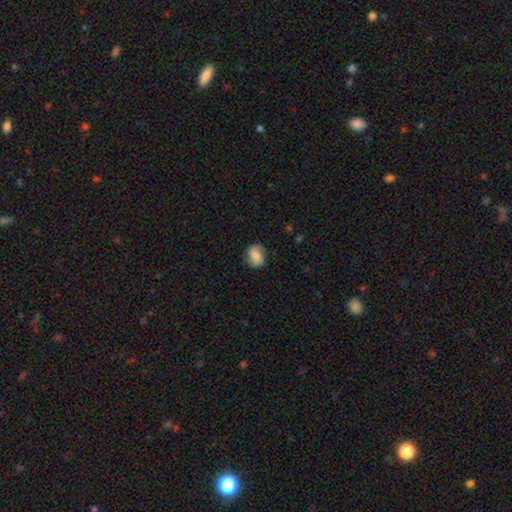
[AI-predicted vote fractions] Smooth or featured?
  - smooth: 51% *
  - featured or disk: 41%
  - star or artifact: 8%
How rounded?
  - round: 51% *
  - in between: 48%
  - cigar-shaped: 1%
Merging?
  - none: 81% *
  - minor disturbance: 14%
  - major disturbance: 4%
  - merger: 1%